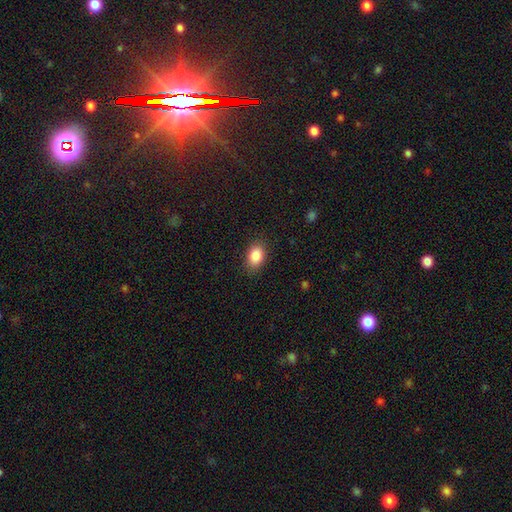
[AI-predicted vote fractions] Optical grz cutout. It shows a smooth galaxy with no disk features (86%) that is in between round and cigar-shaped (83%). Merging: none (86%).